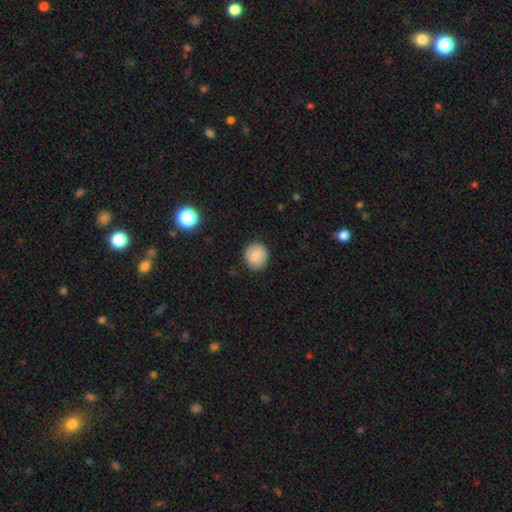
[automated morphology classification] smooth 79%, featured or disk 12%, star or artifact 8%. Down the decision tree: how rounded — round (84%); merging — none (87%).